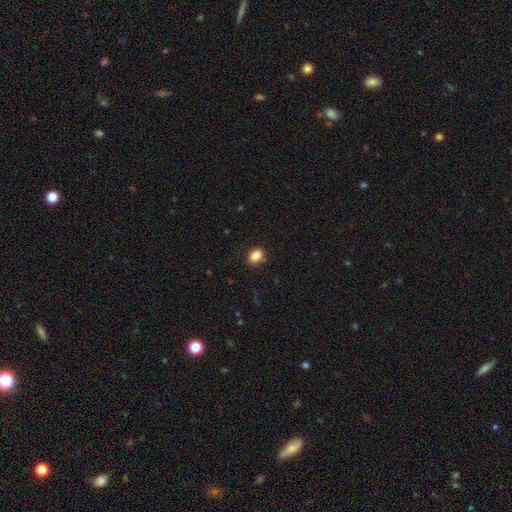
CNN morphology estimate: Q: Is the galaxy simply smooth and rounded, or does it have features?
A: smooth — 87%.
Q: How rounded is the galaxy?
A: in between — 75%.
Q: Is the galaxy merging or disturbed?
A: none — 85%.